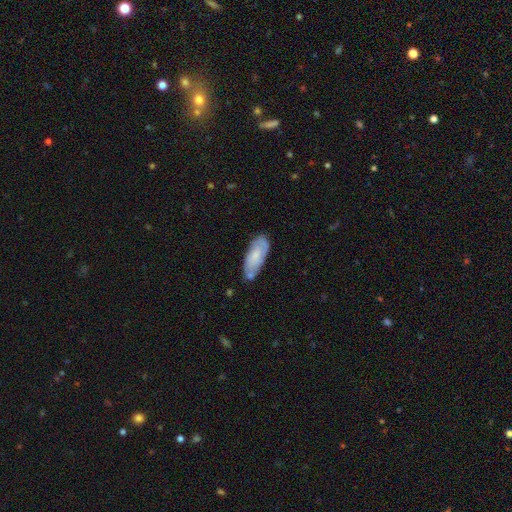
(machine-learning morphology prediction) Smooth or featured?
  - smooth: 61% *
  - featured or disk: 33%
  - star or artifact: 6%
How rounded?
  - in between: 78% *
  - cigar-shaped: 20%
  - round: 2%
Merging?
  - none: 59% *
  - minor disturbance: 26%
  - merger: 10%
  - major disturbance: 5%